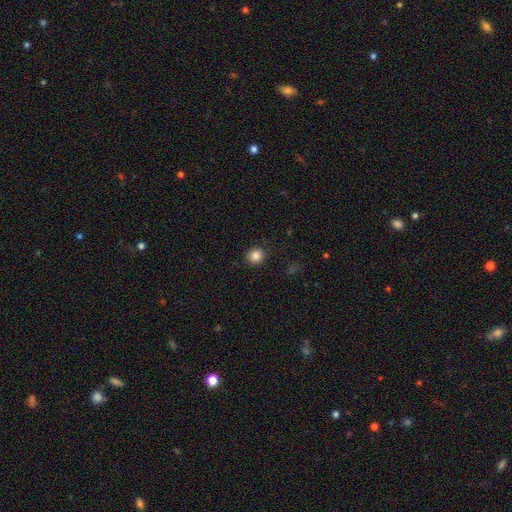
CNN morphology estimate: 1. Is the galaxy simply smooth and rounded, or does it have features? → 85% smooth, 11% star or artifact, 4% featured or disk.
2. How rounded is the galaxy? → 86% round, 13% in between, 1% cigar-shaped.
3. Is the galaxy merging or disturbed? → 89% none, 8% minor disturbance, 2% major disturbance, 1% merger.